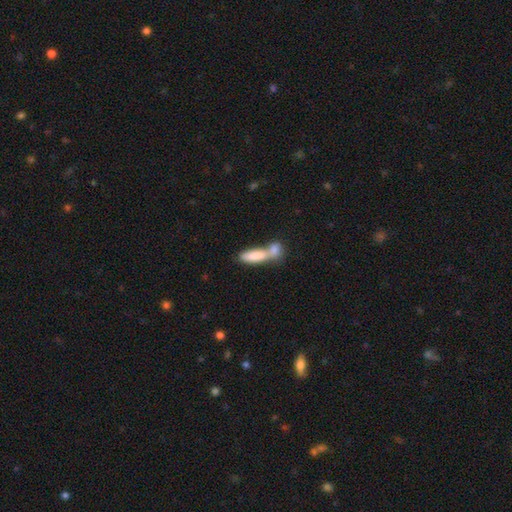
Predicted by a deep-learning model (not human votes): smooth_or_featured: smooth (p=0.82) [alt: featured or disk p=0.12]
how_rounded: in between (p=0.51) [alt: cigar-shaped p=0.46]
merging: merger (p=0.63) [alt: none p=0.25]